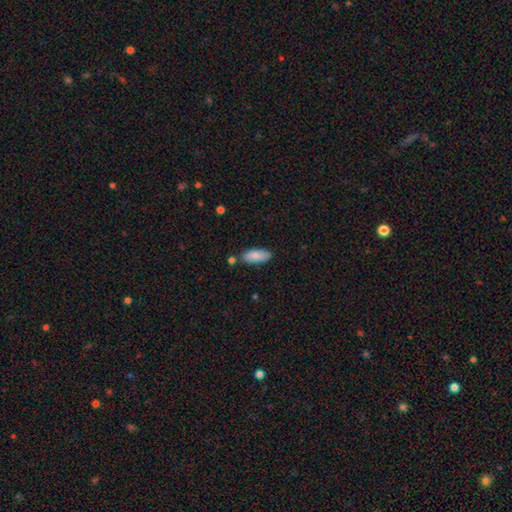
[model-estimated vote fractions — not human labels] The model was most divided on "how rounded": in between: 77%, cigar-shaped: 21%, round: 2%. More confident: smooth or featured — smooth (85%); merging — none (78%).